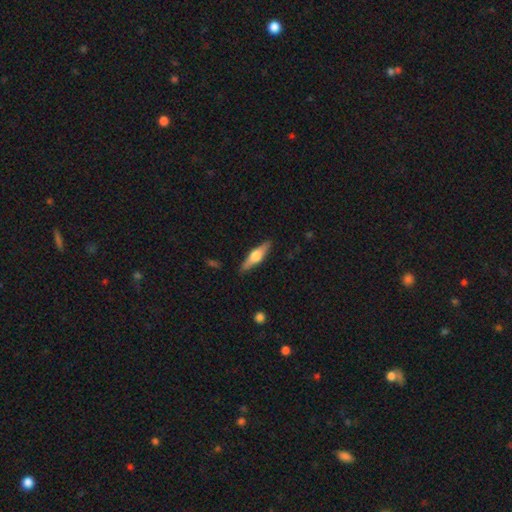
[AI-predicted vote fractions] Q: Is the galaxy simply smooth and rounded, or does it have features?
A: featured or disk — 56%.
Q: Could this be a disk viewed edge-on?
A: yes — 94%.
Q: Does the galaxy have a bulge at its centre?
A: rounded — 92%.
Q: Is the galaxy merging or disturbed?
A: none — 88%.